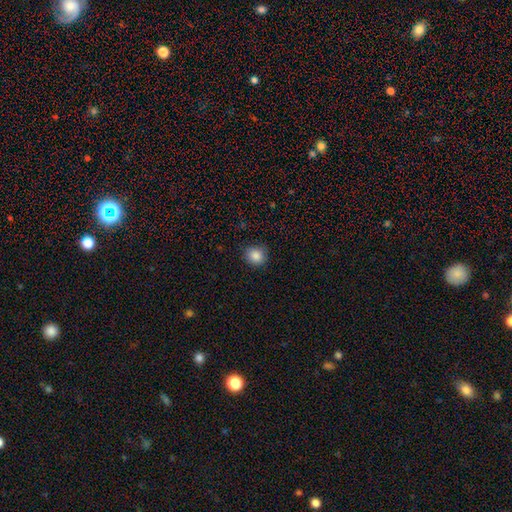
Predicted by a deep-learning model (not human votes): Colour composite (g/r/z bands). It shows a smooth galaxy with no disk features (85%) that is round (85%). Merging: none (86%).